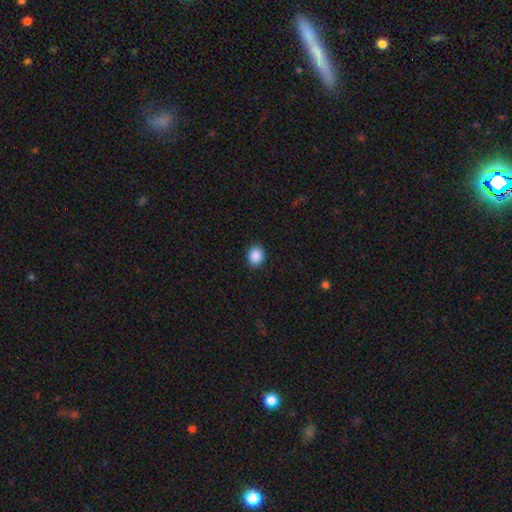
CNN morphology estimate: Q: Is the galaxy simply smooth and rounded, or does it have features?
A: smooth — 89%.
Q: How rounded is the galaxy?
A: round — 63%.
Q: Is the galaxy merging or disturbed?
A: none — 90%.